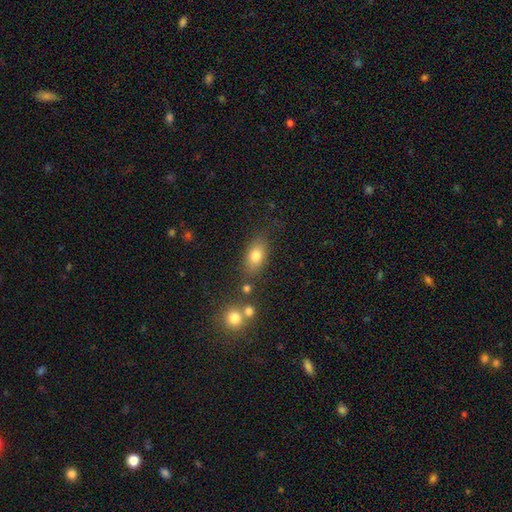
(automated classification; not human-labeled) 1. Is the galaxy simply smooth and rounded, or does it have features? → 79% smooth, 12% featured or disk, 10% star or artifact.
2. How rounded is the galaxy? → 82% in between, 12% round, 5% cigar-shaped.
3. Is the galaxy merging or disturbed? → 76% none, 14% minor disturbance, 6% merger, 5% major disturbance.